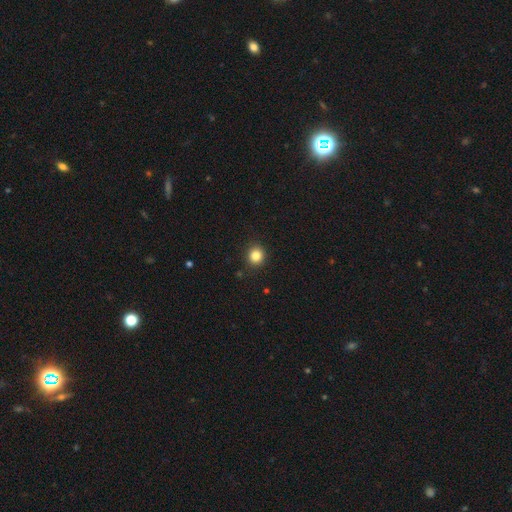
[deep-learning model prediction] Morphology: type=smooth (84%); roundness=round (86%); merging=none (91%).